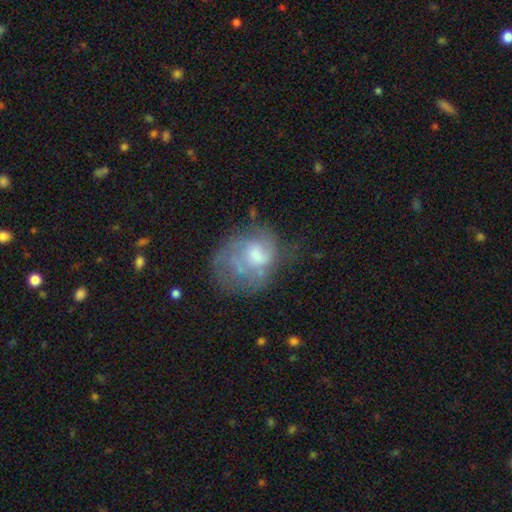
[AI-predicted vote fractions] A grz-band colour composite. It shows a featured or disk galaxy (51%). Merging: none (35%).